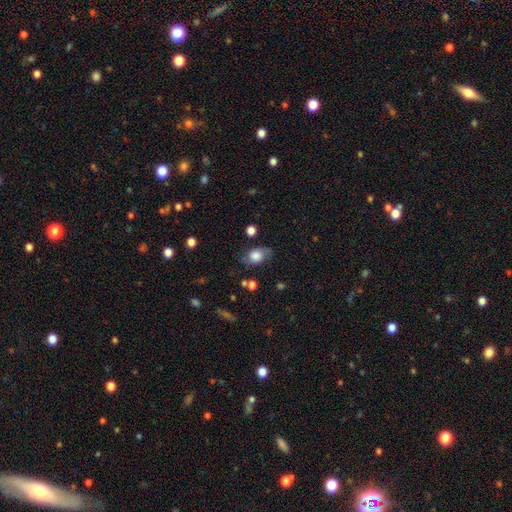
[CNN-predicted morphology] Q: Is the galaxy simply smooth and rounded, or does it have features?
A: smooth — 69%.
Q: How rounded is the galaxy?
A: in between — 71%.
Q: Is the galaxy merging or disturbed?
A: none — 61%.